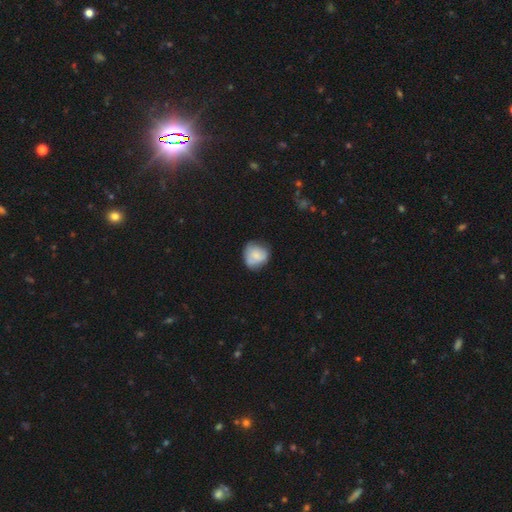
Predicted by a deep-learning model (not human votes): smooth 73%, featured or disk 20%, star or artifact 8%. Down the decision tree: how rounded — round (77%); merging — none (57%).